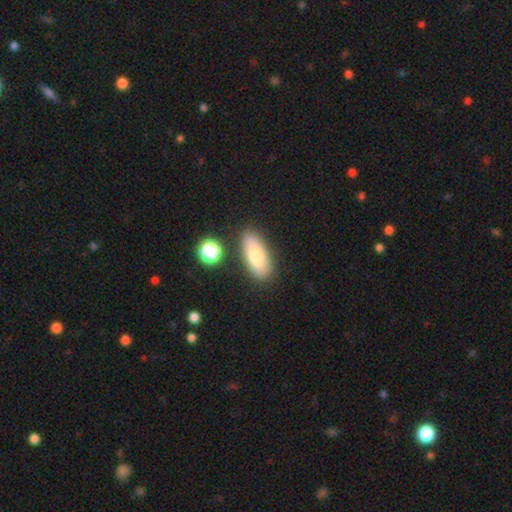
A smooth galaxy with no disk features (84%) that is in between round and cigar-shaped (75%).

Vote fractions:
- Smooth or featured? smooth: 84% / featured or disk: 8% / star or artifact: 8%
- How rounded? in between: 75% / cigar-shaped: 22% / round: 3%
- Merging? none: 80% / minor disturbance: 11% / major disturbance: 6% / merger: 3%